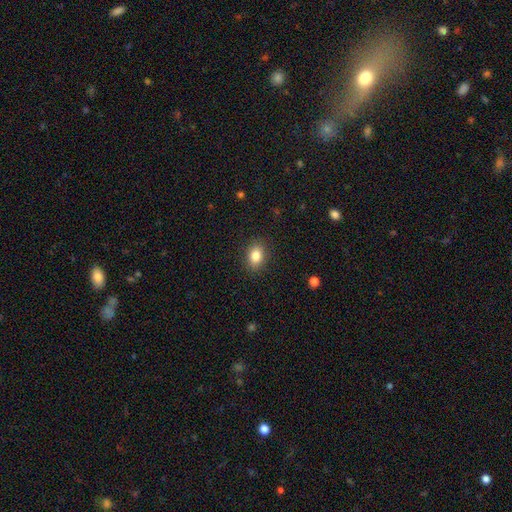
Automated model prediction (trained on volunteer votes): Smooth or featured? smooth (84%)
How rounded? in between (73%)
Merging? none (88%)